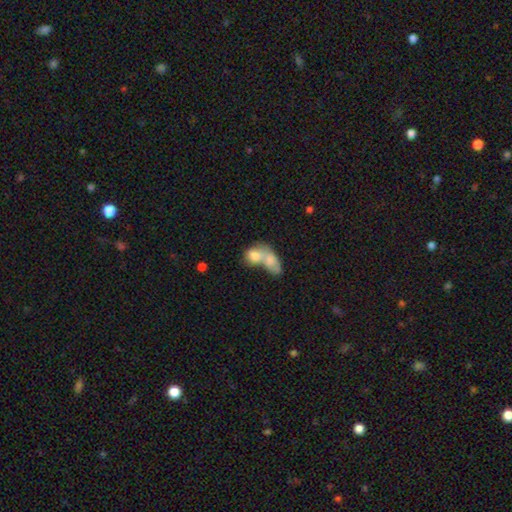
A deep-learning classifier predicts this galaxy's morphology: Smooth or featured: smooth — 73% (featured or disk — 19%)
How rounded: in between — 69% (round — 28%)
Merging: merger — 77% (none — 12%)